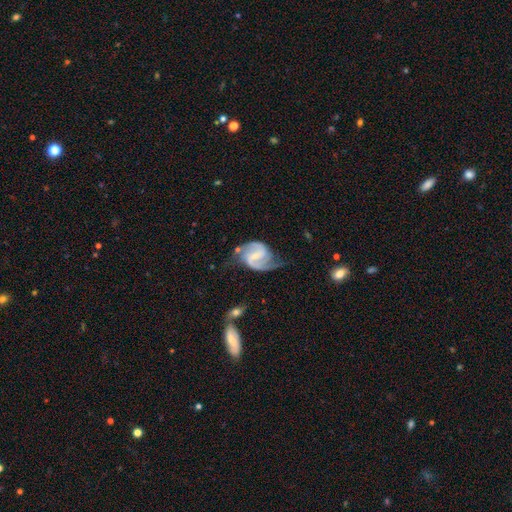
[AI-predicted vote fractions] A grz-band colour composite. It shows a featured or disk galaxy (90%) with a weak bar (50%), 2 (92%) medium (57%) spiral arms (98%) and a small central bulge (62%). Merging: none (65%).